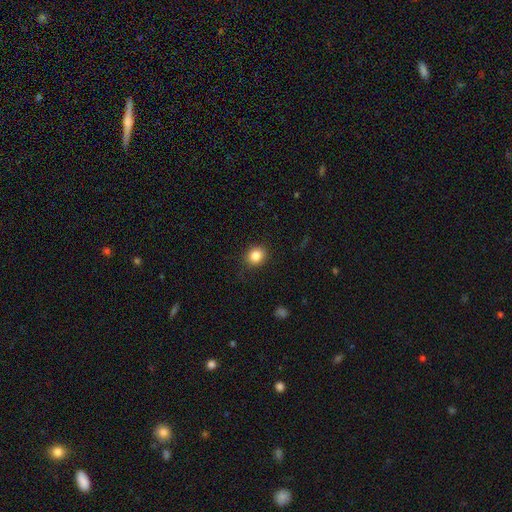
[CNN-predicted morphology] type=smooth (85%); roundness=round (75%); merging=none (88%).